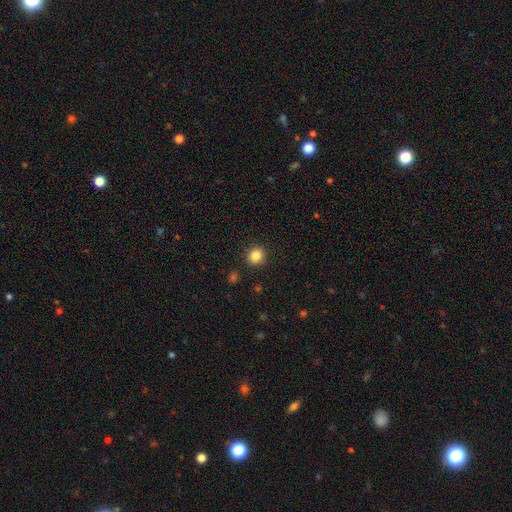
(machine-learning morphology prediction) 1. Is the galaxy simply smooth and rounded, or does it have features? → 84% smooth, 11% star or artifact, 4% featured or disk.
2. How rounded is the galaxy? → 83% round, 16% in between, 1% cigar-shaped.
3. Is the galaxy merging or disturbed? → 91% none, 6% minor disturbance, 2% major disturbance, 1% merger.